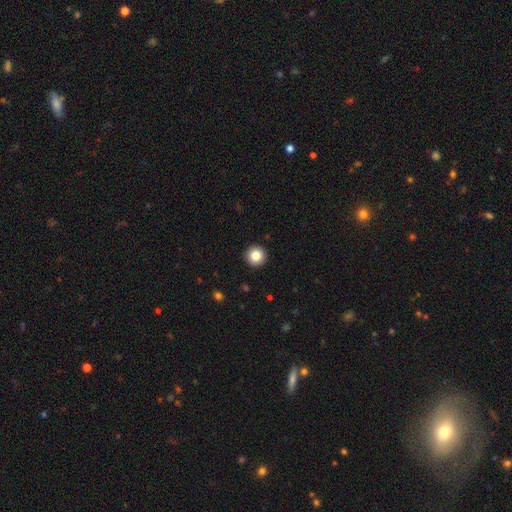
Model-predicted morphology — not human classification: smooth-or-featured: smooth: 84% | star or artifact: 10% | featured or disk: 7%
  how-rounded: round: 96% | in between: 3% | cigar-shaped: 1%
  merging: none: 94% | minor disturbance: 4% | major disturbance: 1% | merger: 1%